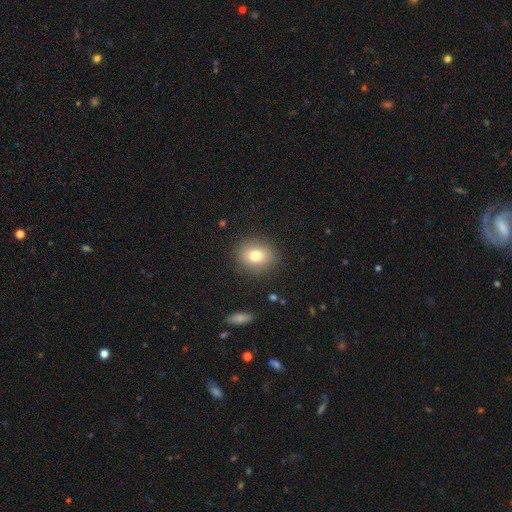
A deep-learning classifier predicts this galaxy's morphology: Smooth or featured? smooth (78%)
How rounded? round (68%)
Merging? none (87%)